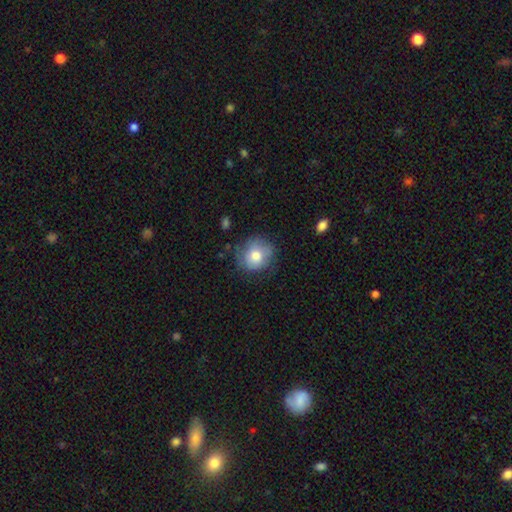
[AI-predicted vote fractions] Smooth or featured: smooth — 74% (featured or disk — 17%)
How rounded: round — 81% (in between — 18%)
Merging: none — 68% (minor disturbance — 23%)